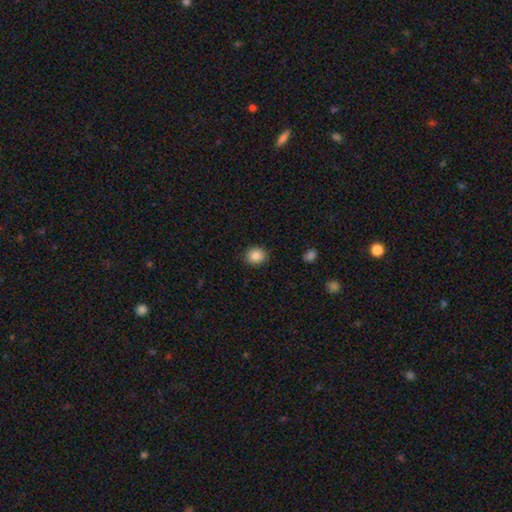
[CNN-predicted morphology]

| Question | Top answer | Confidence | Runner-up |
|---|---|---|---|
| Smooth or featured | smooth | 86% | star or artifact (9%) |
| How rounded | round | 75% | in between (24%) |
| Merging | none | 90% | minor disturbance (7%) |